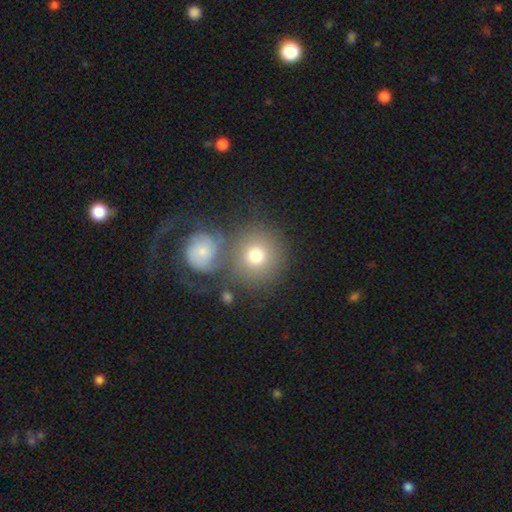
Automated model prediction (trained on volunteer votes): Smooth or featured? Predicted: smooth (p=0.72). How rounded? Predicted: round (p=0.90). Merging? Predicted: none (p=0.53).